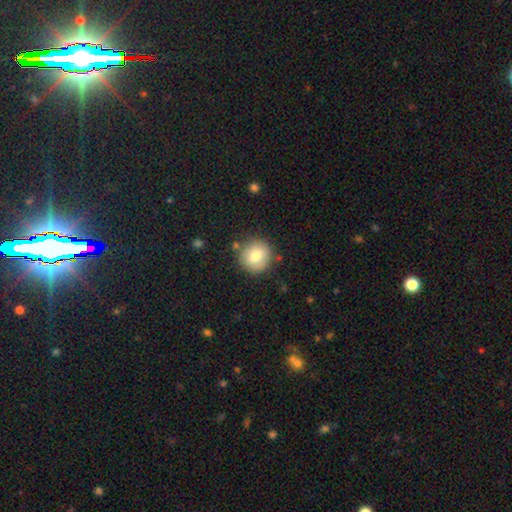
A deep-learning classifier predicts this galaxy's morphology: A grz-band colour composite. It shows a smooth galaxy with no disk features (79%) that is round (92%). Merging: none (82%).